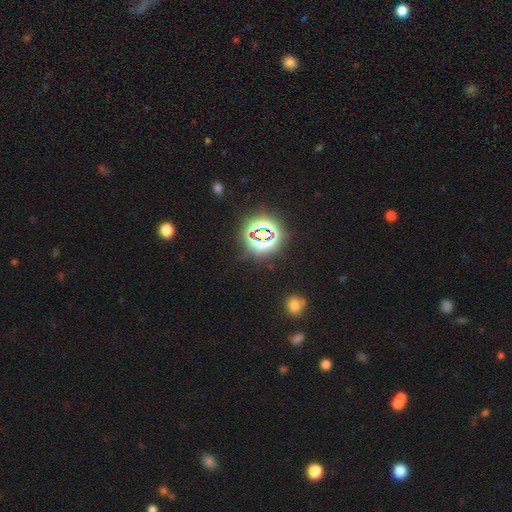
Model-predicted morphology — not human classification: Smooth or featured? Predicted: star or artifact (p=0.79).